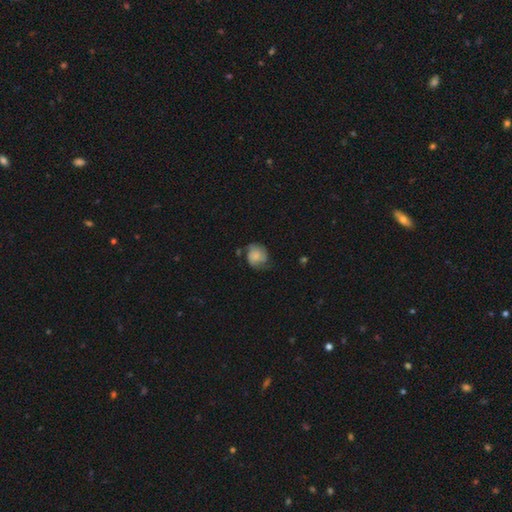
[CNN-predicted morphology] type=smooth (47%); merging=none (52%).